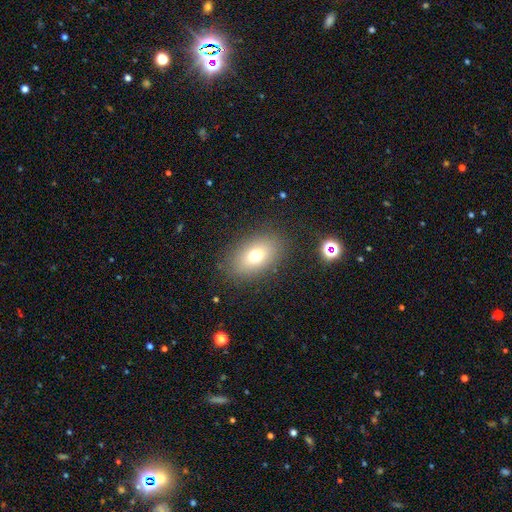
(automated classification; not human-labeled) Smooth or featured? smooth (71%)
How rounded? in between (84%)
Merging? none (84%)